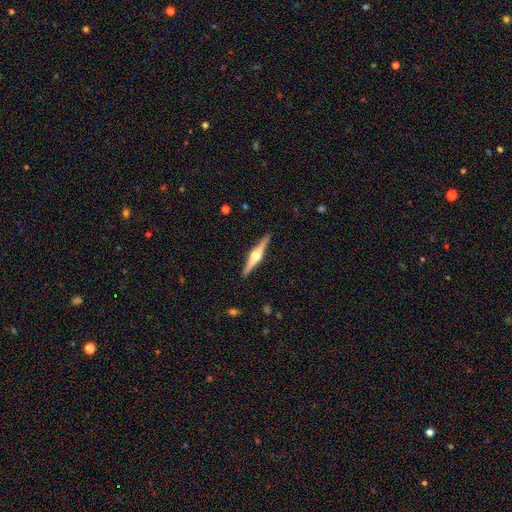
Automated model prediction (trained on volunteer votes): Smooth or featured?
  - featured or disk: 80% *
  - smooth: 16%
  - star or artifact: 5%
Edge-on disk?
  - yes: 98% *
  - no: 2%
Edge-on bulge?
  - rounded: 95% *
  - boxy: 4%
  - none: 2%
Merging?
  - none: 92% *
  - minor disturbance: 6%
  - major disturbance: 1%
  - merger: 1%